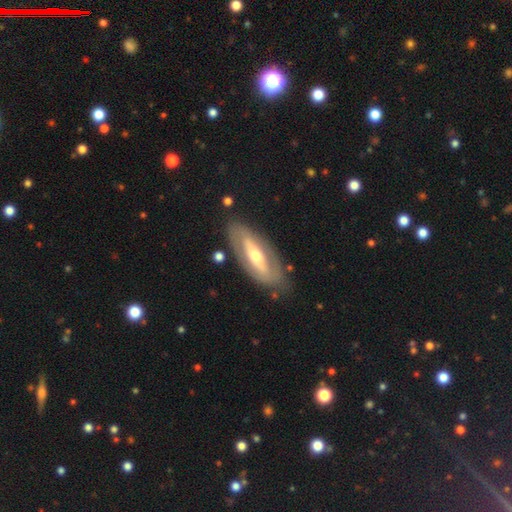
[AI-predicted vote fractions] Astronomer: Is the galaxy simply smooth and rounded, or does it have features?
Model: featured or disk — 67%.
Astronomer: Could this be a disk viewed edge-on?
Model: no — 81%.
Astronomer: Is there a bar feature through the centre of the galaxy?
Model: no — 44% (runner-up: strong, 33%).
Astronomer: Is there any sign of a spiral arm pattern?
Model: no — 64%.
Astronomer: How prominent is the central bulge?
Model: moderate — 61%.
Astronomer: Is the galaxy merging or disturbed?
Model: none — 79%.